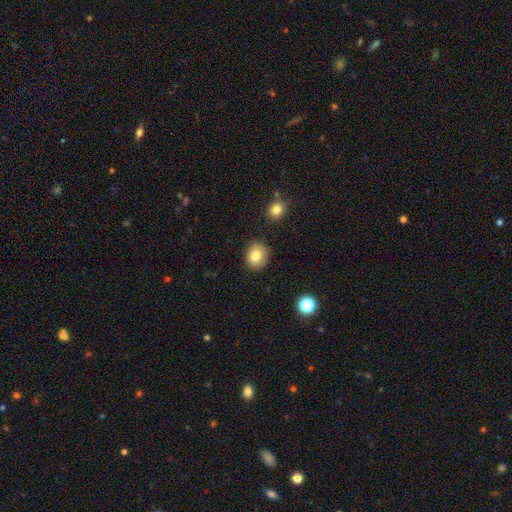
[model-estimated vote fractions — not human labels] Morphology: type=smooth (82%); roundness=round (61%); merging=none (88%).